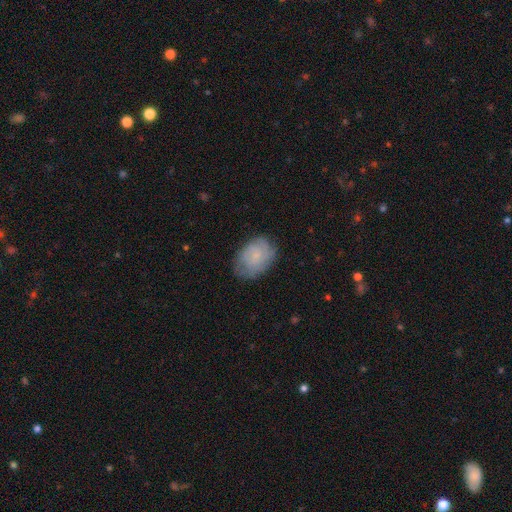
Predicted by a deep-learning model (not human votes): The model was most divided on "smooth or featured": featured or disk: 46%, smooth: 45%, star or artifact: 9%. More confident: merging — none (72%).